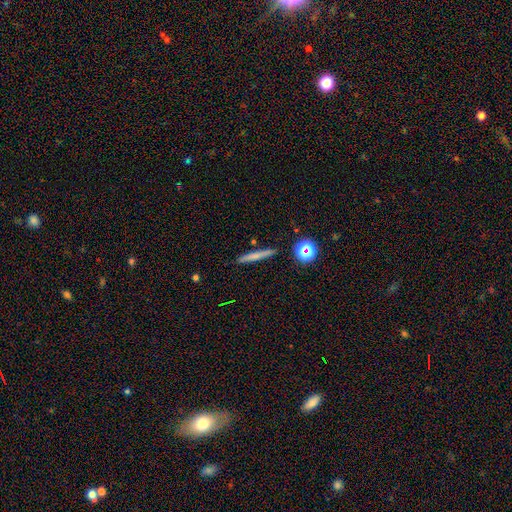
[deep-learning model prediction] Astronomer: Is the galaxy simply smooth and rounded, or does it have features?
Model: smooth — 62%.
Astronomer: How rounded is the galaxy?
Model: cigar-shaped — 93%.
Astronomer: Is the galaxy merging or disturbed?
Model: none — 89%.